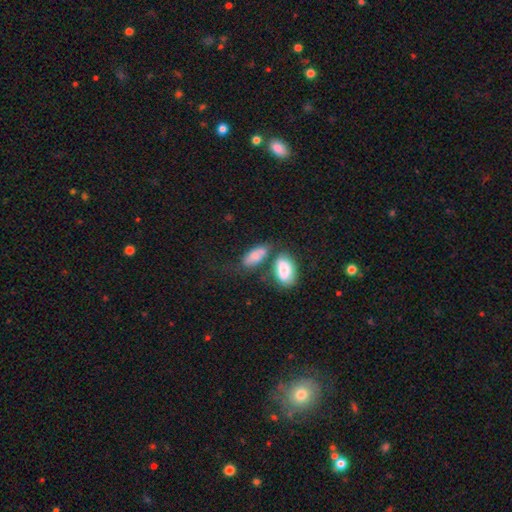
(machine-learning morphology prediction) smooth 76%, featured or disk 16%, star or artifact 7%. Down the decision tree: how rounded — in between (87%); merging — none (40%).